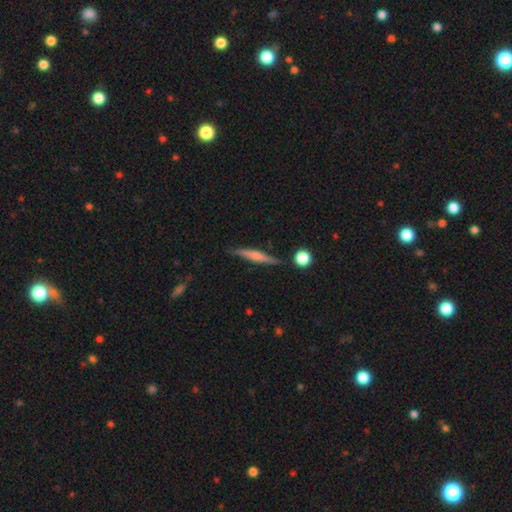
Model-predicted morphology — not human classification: A featured or disk galaxy (55%) viewed edge-on (97%) with a rounded central bulge (60%).

Vote fractions:
- Smooth or featured? featured or disk: 55% / smooth: 38% / star or artifact: 7%
- Edge-on disk? yes: 97% / no: 3%
- Edge-on bulge? rounded: 60% / none: 21% / boxy: 19%
- Merging? none: 85% / minor disturbance: 10% / merger: 3% / major disturbance: 2%